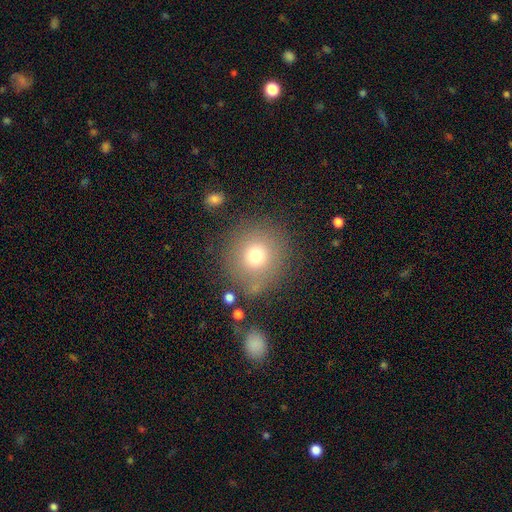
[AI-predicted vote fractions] Smooth or featured: smooth — 73% (star or artifact — 14%)
How rounded: round — 90% (in between — 9%)
Merging: none — 80% (minor disturbance — 11%)